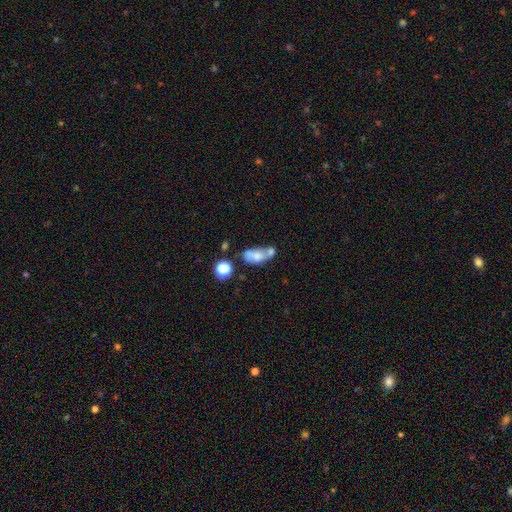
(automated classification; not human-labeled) This is possibly a smooth galaxy (59%). How rounded: clearly in between (81%). Merging: marginally merger (45%).